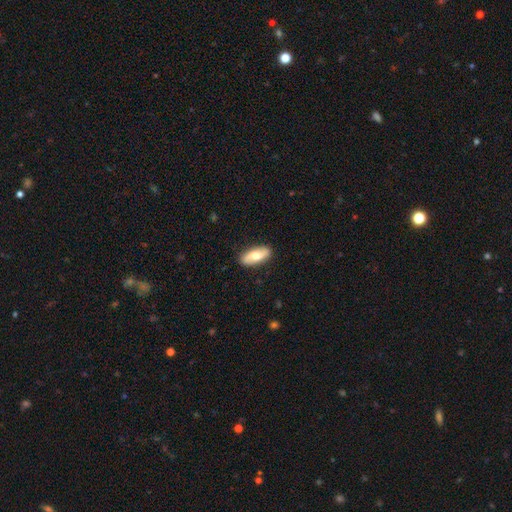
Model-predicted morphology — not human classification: This is possibly a smooth galaxy (53%). How rounded: clearly in between (80%). Merging: clearly none (86%).